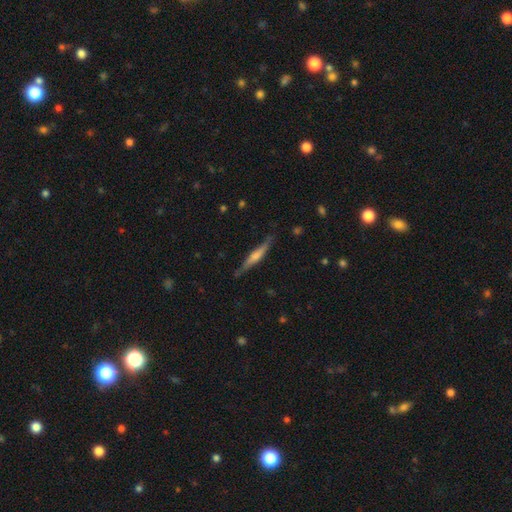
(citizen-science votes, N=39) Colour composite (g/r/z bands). It shows a featured or disk galaxy (72%) viewed edge-on (100%) with a rounded central bulge (61%). Merging: none (65%).